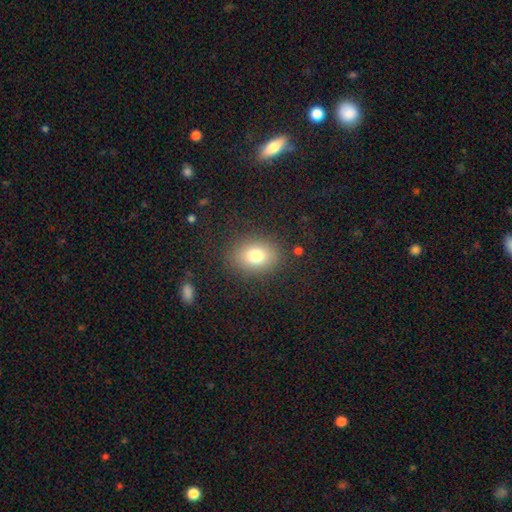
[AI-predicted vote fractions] Smooth or featured?
  - smooth: 78% *
  - star or artifact: 11%
  - featured or disk: 11%
How rounded?
  - in between: 61% *
  - round: 38%
  - cigar-shaped: 1%
Merging?
  - none: 85% *
  - minor disturbance: 10%
  - major disturbance: 4%
  - merger: 1%